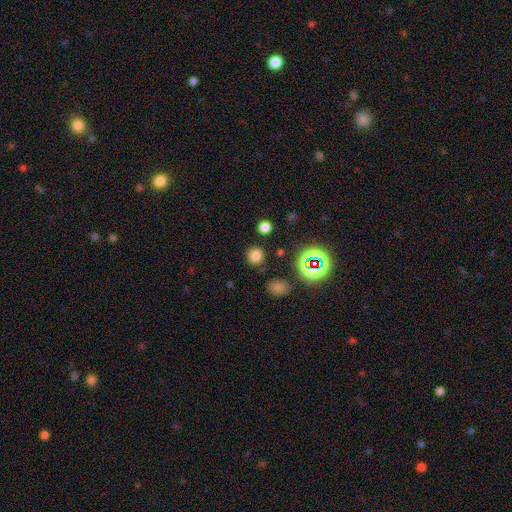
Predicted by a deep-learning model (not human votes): A smooth galaxy with no disk features (73%) that is round (86%). Merging: none (85%).